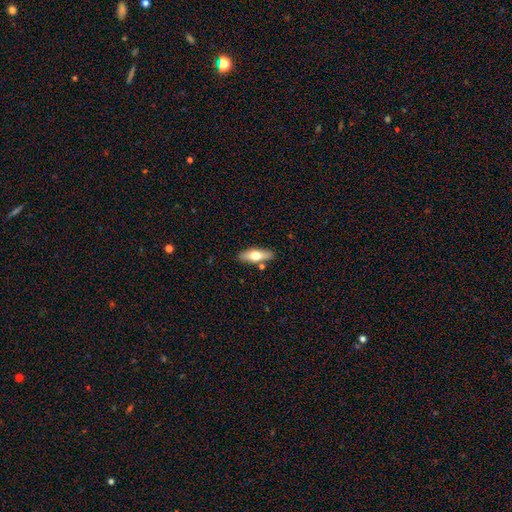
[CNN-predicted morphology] A smooth galaxy with no disk features (60%) that is in between round and cigar-shaped (60%). Merging: none (82%).